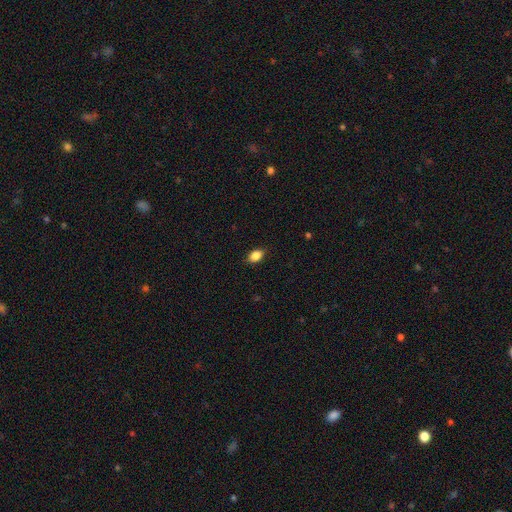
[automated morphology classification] A smooth galaxy with no disk features (86%) that is in between round and cigar-shaped (84%). Merging: none (85%).